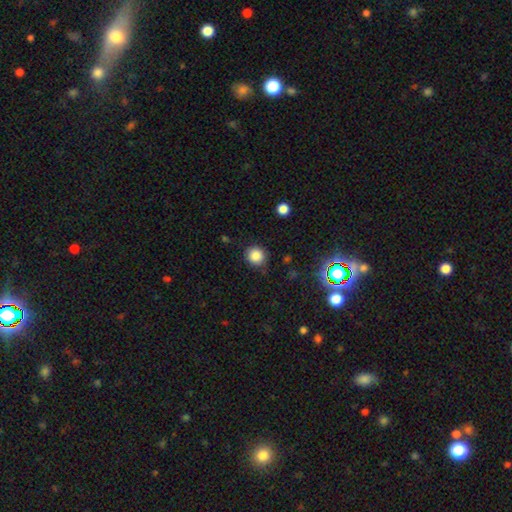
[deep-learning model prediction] smooth 84%, star or artifact 12%, featured or disk 4%. Down the decision tree: how rounded — round (88%); merging — none (85%).